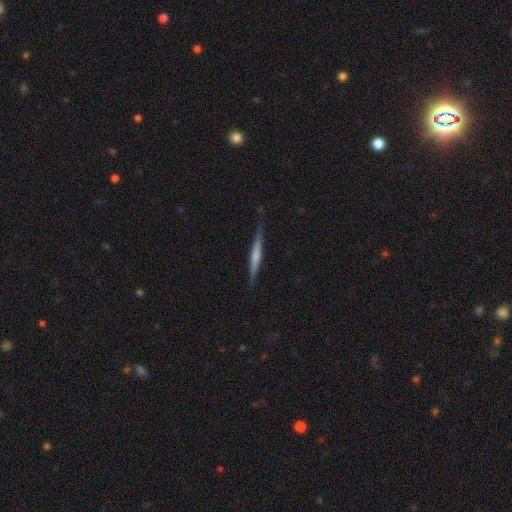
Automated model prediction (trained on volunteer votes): Smooth or featured: featured or disk — 56% (smooth — 38%)
Edge-on disk: yes — 97% (no — 3%)
Edge-on bulge: none — 44% (rounded — 34%)
Merging: none — 87% (minor disturbance — 10%)